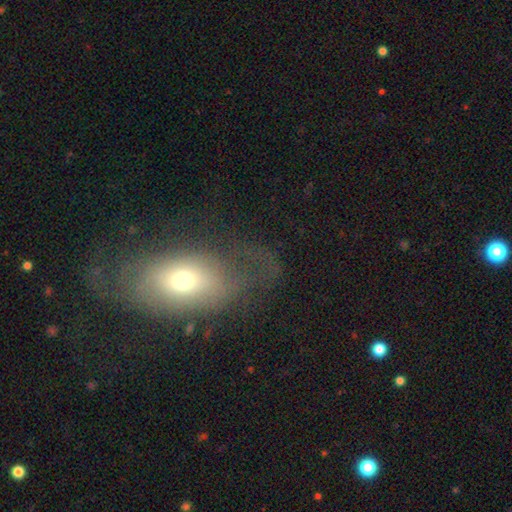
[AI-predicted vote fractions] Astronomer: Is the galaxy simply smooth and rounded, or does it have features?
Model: featured or disk — 47% (runner-up: smooth, 41%).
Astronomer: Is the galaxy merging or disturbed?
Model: none — 56%.